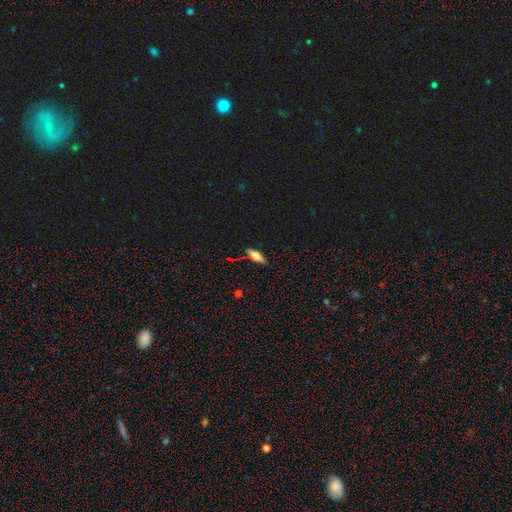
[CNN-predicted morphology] A smooth galaxy with no disk features (54%) that is in between round and cigar-shaped (65%).

Vote fractions:
- Smooth or featured? smooth: 54% / featured or disk: 35% / star or artifact: 12%
- How rounded? in between: 65% / cigar-shaped: 31% / round: 4%
- Merging? none: 80% / minor disturbance: 14% / major disturbance: 4% / merger: 2%